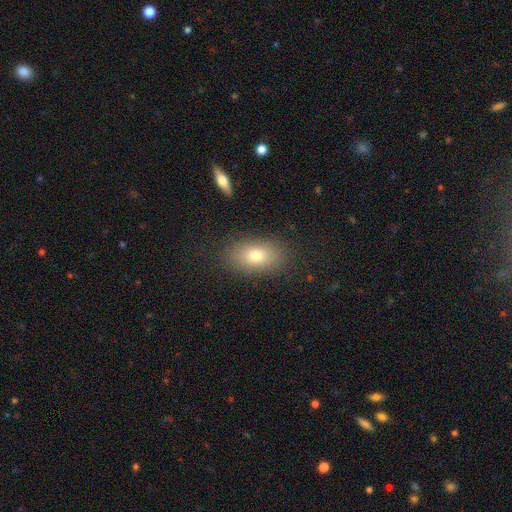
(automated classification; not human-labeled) smooth-or-featured: smooth: 74% | featured or disk: 16% | star or artifact: 10%
  how-rounded: in between: 87% | round: 10% | cigar-shaped: 3%
  merging: none: 85% | minor disturbance: 10% | major disturbance: 4% | merger: 2%